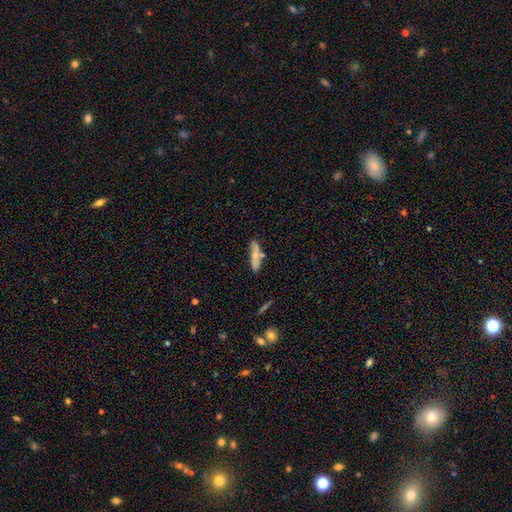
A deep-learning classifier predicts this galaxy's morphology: Q: Smooth or featured?
A: smooth (61%); runner-up: featured or disk (32%)
Q: How rounded?
A: cigar-shaped (68%); runner-up: in between (30%)
Q: Merging?
A: none (63%); runner-up: minor disturbance (19%)